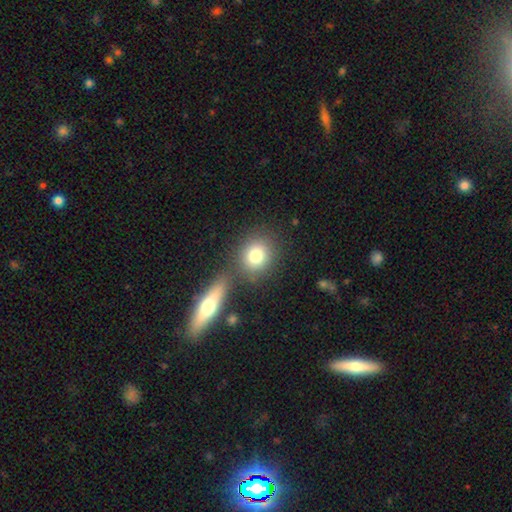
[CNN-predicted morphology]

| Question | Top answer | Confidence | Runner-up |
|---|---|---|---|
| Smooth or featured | smooth | 80% | featured or disk (10%) |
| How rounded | round | 76% | in between (22%) |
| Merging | none | 67% | merger (20%) |